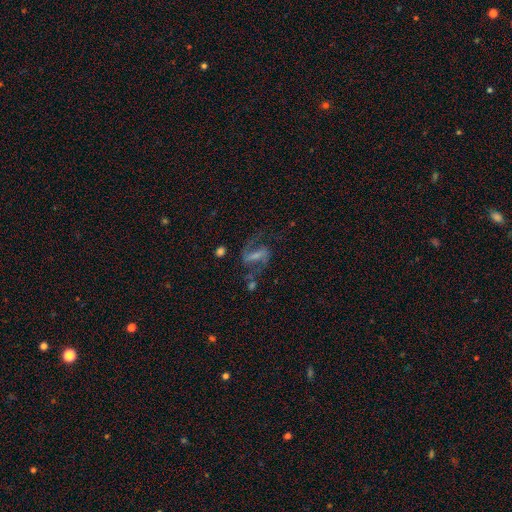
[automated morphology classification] type=featured or disk (82%); edge-on=no (96%); bar=strong (49%); spiral arms=yes (94%); winding=medium (49%); arm count=2 (89%); bulge=small (42%); merging=none (65%).